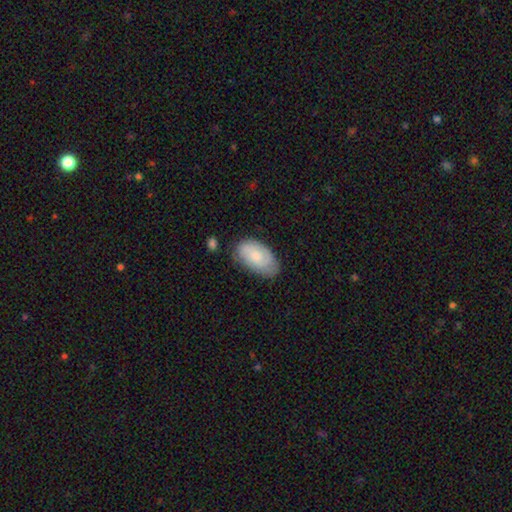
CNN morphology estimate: Q: Smooth or featured?
A: smooth (60%); runner-up: featured or disk (34%)
Q: How rounded?
A: in between (94%); runner-up: round (4%)
Q: Merging?
A: none (70%); runner-up: minor disturbance (23%)